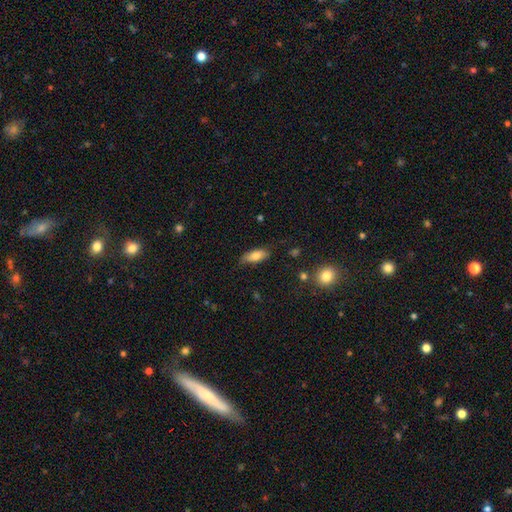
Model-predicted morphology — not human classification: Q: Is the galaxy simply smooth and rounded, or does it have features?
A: smooth — 75%.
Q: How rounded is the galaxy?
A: in between — 76%.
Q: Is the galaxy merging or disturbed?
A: none — 75%.